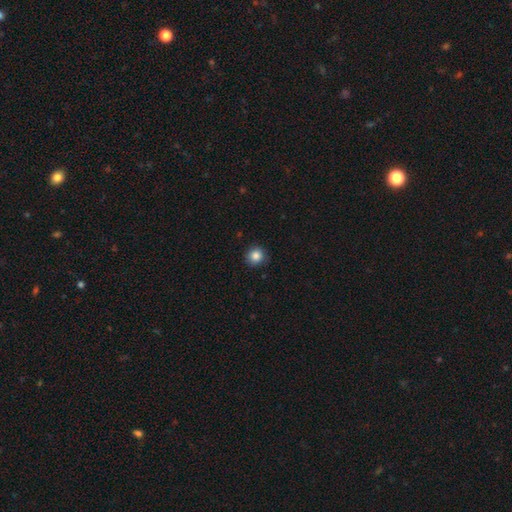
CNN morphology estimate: smooth 86%, star or artifact 10%, featured or disk 4%. Down the decision tree: how rounded — round (92%); merging — none (88%).